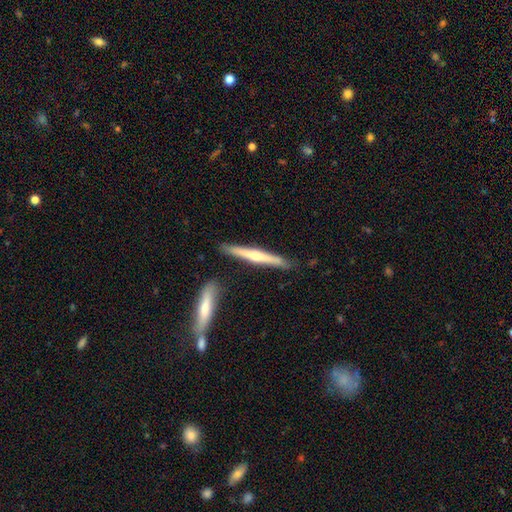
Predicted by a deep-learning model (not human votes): Overall: featured or disk (56%; smooth 39%). Edge-on disk: yes (97%). Edge-on bulge: rounded (65%; none 28%). Merging: none (85%).